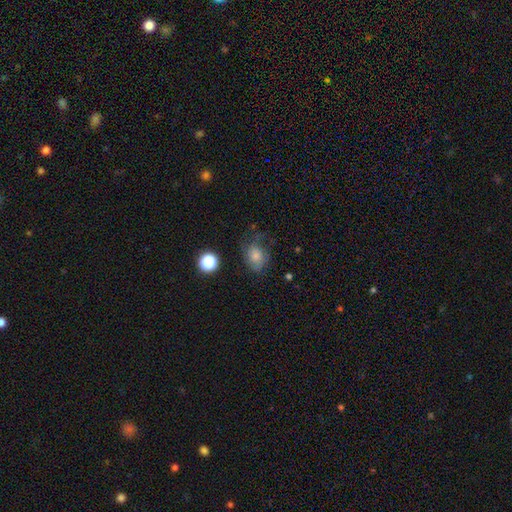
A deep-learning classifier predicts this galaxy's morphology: A smooth galaxy with no disk features (72%) that is in between round and cigar-shaped (53%). Merging: none (45%).